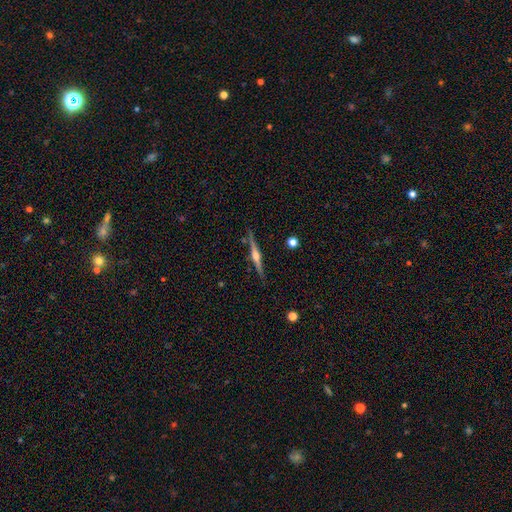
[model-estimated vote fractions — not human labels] Morphology: type=featured or disk (77%); edge-on=yes (98%); edge-on bulge=rounded (91%); merging=none (87%).